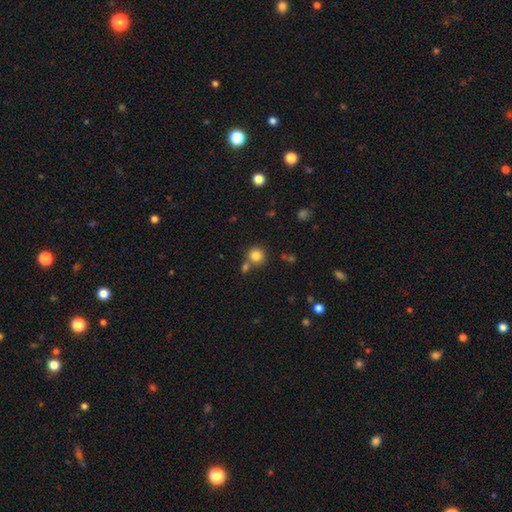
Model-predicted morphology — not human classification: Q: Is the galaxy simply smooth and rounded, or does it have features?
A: smooth — 82%.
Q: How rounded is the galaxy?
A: round — 91%.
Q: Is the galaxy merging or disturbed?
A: none — 70%.